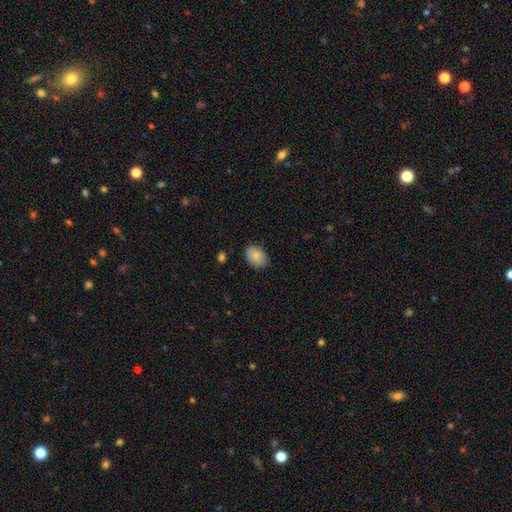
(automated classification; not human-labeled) Morphology: type=smooth (86%); roundness=in between (75%); merging=none (83%).